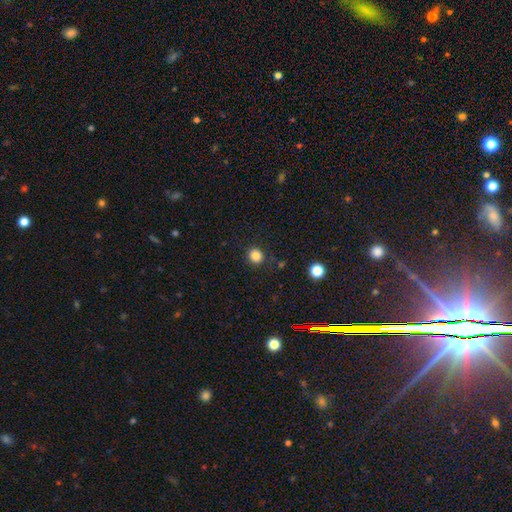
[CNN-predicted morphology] Smooth or featured?
  - smooth: 84% *
  - star or artifact: 12%
  - featured or disk: 4%
How rounded?
  - round: 88% *
  - in between: 11%
  - cigar-shaped: 1%
Merging?
  - none: 87% *
  - minor disturbance: 8%
  - major disturbance: 3%
  - merger: 2%